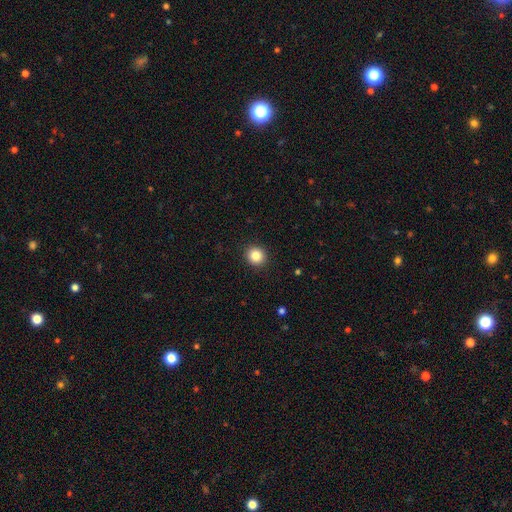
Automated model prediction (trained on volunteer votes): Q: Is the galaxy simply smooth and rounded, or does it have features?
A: smooth — 85%.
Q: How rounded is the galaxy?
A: round — 89%.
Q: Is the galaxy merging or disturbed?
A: none — 92%.